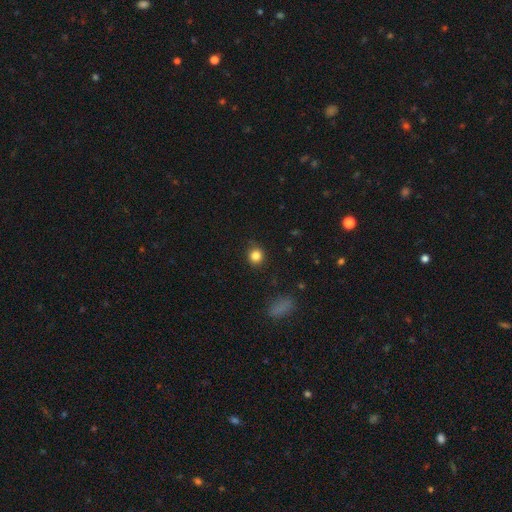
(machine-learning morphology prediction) Overall: smooth (84%). How rounded: round (86%). Merging: none (85%).